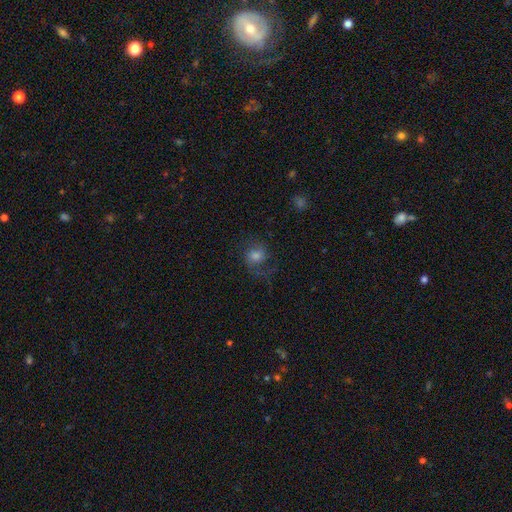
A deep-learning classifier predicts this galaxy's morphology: Smooth or featured? featured or disk (46%)
Merging? none (56%)